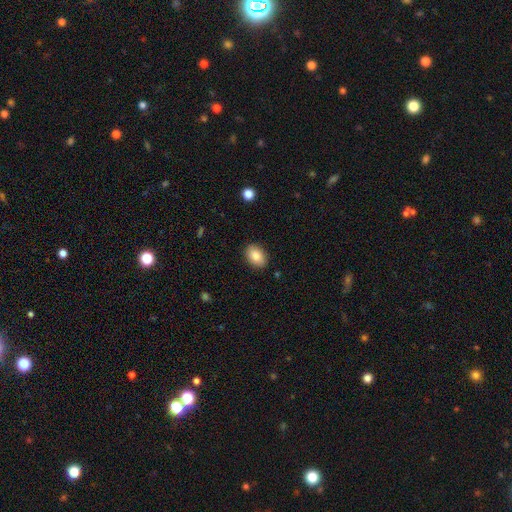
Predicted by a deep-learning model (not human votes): Smooth or featured? smooth (86%)
How rounded? in between (85%)
Merging? none (87%)